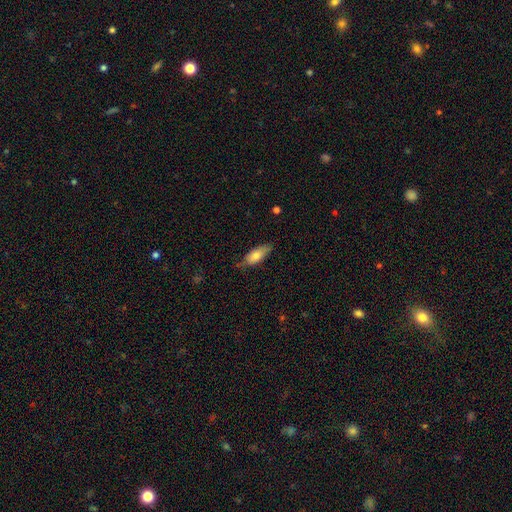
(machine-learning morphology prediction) The model was most divided on "merging": none: 69%, minor disturbance: 24%, major disturbance: 5%, merger: 2%. More confident: smooth or featured — smooth (76%); how rounded — in between (75%).